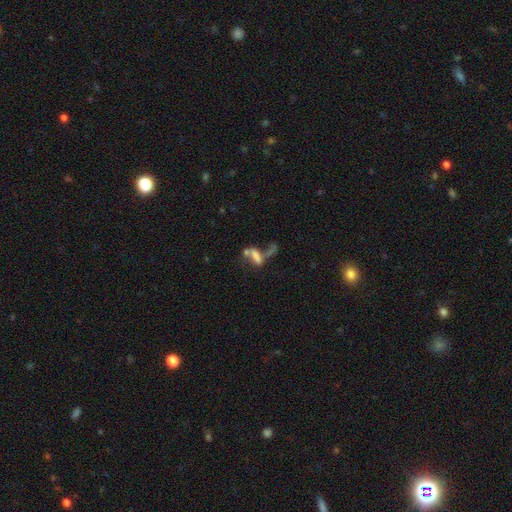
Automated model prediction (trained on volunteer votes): Smooth or featured? smooth (48%)
Merging? merger (41%)